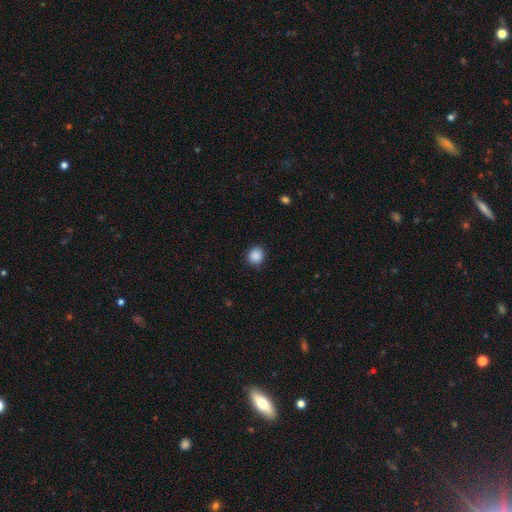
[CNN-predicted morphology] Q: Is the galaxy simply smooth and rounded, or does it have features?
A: smooth — 88%.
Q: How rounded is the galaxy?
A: round — 87%.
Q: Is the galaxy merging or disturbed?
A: none — 87%.